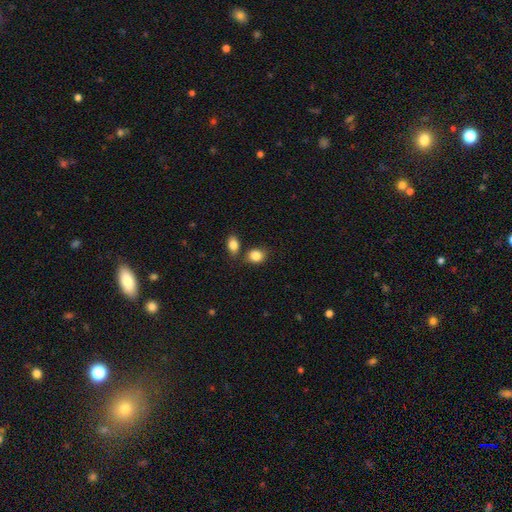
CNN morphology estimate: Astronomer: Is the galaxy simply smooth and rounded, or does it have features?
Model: smooth — 85%.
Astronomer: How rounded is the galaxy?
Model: in between — 53% (runner-up: round, 46%).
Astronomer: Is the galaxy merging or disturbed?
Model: none — 66%.